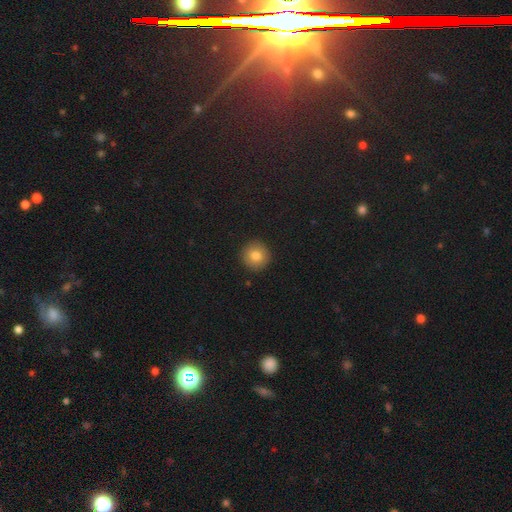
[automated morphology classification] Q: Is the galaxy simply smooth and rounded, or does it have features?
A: smooth — 81%.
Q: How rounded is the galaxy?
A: round — 94%.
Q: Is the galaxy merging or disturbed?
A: none — 91%.